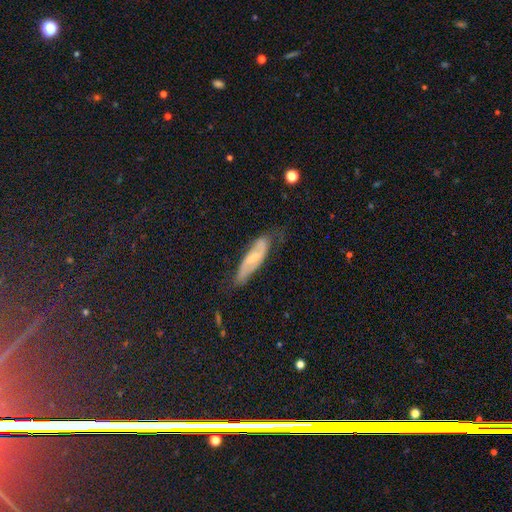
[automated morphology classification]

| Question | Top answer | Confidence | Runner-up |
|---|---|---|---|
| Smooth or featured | featured or disk | 43% | star or artifact (30%) |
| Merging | none | 70% | minor disturbance (21%) |